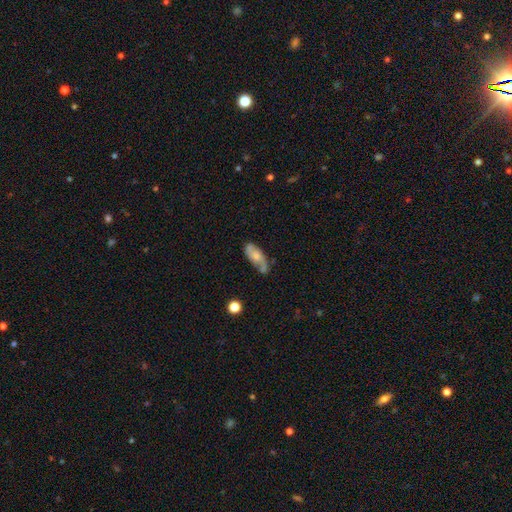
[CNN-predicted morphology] Overall: featured or disk (49%; smooth 44%). Merging: none (61%; minor disturbance 26%).